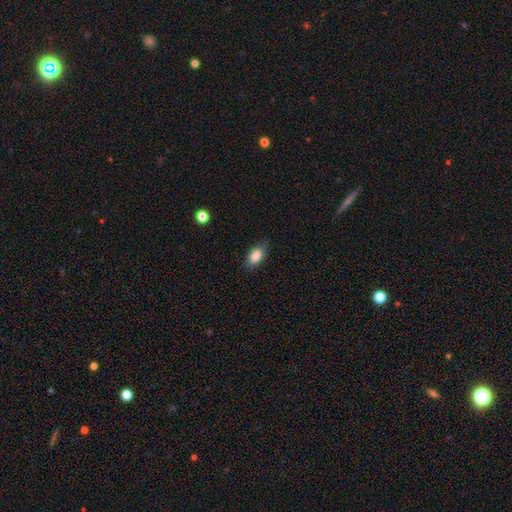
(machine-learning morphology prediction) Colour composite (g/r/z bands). It shows a smooth galaxy with no disk features (85%) that is in between round and cigar-shaped (89%). Merging: none (81%).